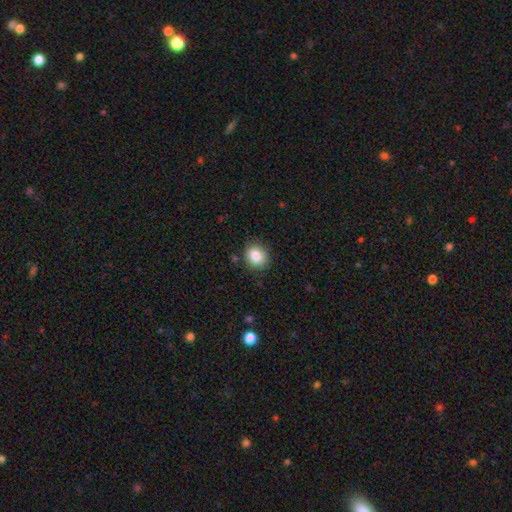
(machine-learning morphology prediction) Smooth or featured? Predicted: smooth (p=0.84). How rounded? Predicted: round (p=0.67). Merging? Predicted: none (p=0.86).